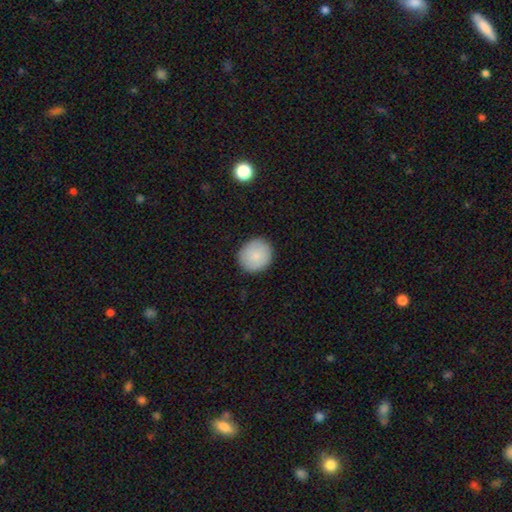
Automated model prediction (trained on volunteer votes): Smooth or featured? smooth (86%)
How rounded? round (85%)
Merging? none (89%)